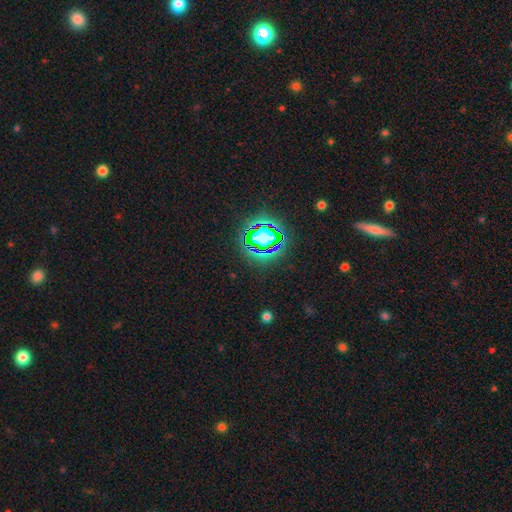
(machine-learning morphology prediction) type=star or artifact (79%).